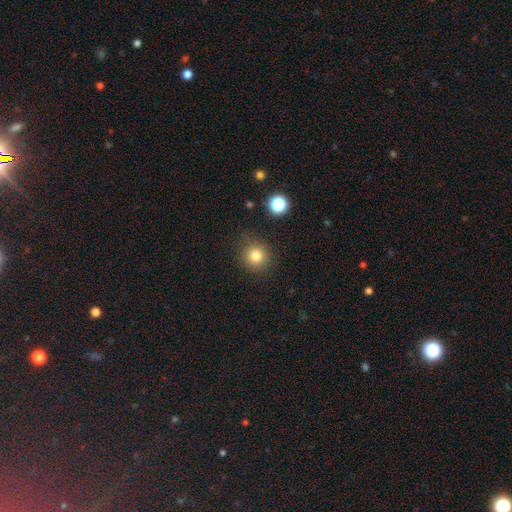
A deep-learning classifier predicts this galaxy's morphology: smooth_or_featured: smooth (p=0.80) [alt: star or artifact p=0.13]
how_rounded: round (p=0.92) [alt: in between p=0.07]
merging: none (p=0.85) [alt: minor disturbance p=0.10]